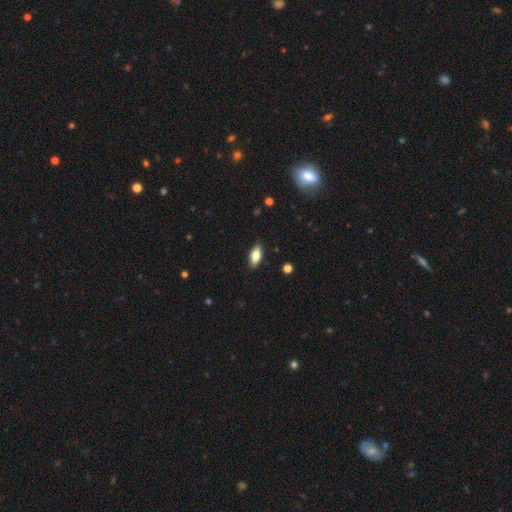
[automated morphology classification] Smooth or featured: smooth — 72% (featured or disk — 21%)
How rounded: in between — 82% (cigar-shaped — 15%)
Merging: none — 88% (minor disturbance — 9%)